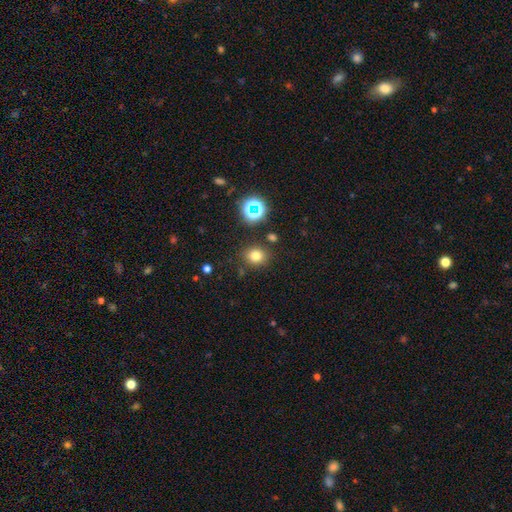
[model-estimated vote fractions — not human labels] A smooth galaxy with no disk features (74%) that is round (74%). Merging: none (83%).